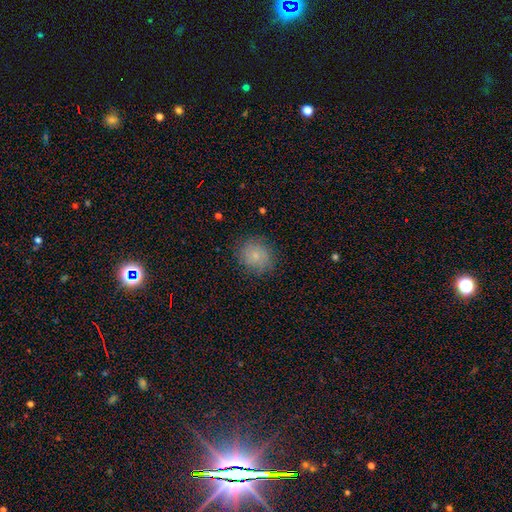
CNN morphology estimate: This appears to be a smooth galaxy with no disk features (75%) that is round (75%). Merging: none (81%).